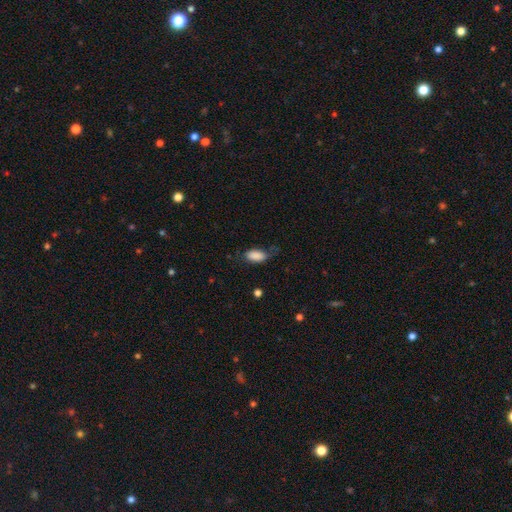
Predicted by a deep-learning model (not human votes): Smooth or featured? Predicted: smooth (p=0.86). How rounded? Predicted: in between (p=0.92). Merging? Predicted: none (p=0.52).